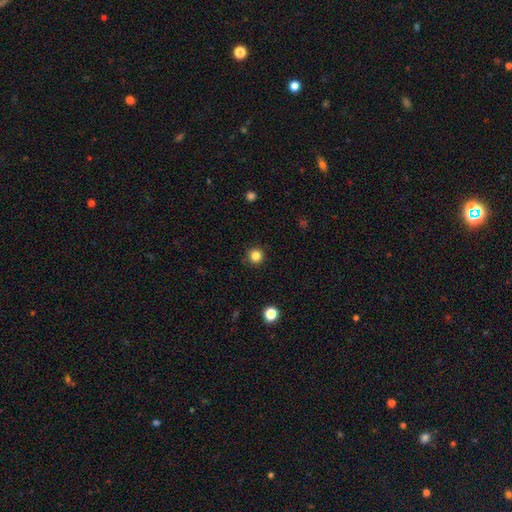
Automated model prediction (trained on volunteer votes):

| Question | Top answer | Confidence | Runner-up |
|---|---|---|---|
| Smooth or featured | smooth | 84% | star or artifact (12%) |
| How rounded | round | 95% | in between (4%) |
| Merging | none | 90% | minor disturbance (6%) |